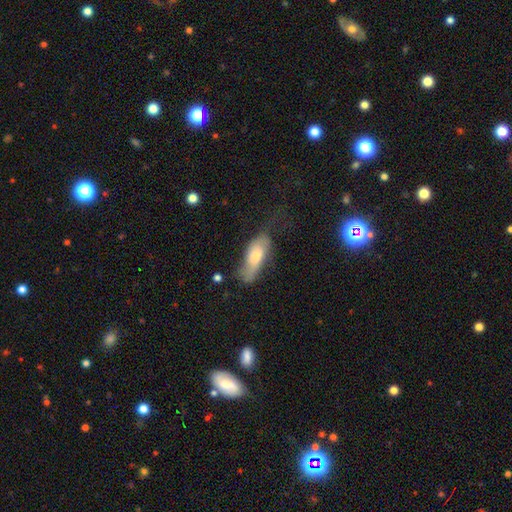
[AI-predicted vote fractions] A smooth galaxy with no disk features (64%) that is in between round and cigar-shaped (73%).

Vote fractions:
- Smooth or featured? smooth: 64% / featured or disk: 28% / star or artifact: 7%
- How rounded? in between: 73% / cigar-shaped: 24% / round: 3%
- Merging? none: 42% / minor disturbance: 33% / major disturbance: 22% / merger: 3%